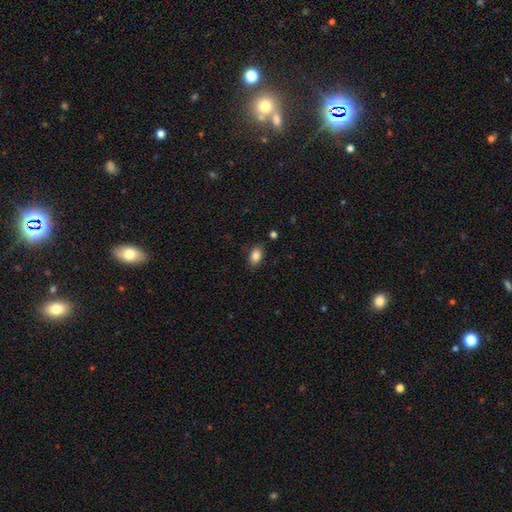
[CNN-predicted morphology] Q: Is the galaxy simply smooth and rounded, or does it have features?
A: smooth — 85%.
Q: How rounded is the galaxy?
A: in between — 88%.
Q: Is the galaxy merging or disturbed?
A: none — 84%.